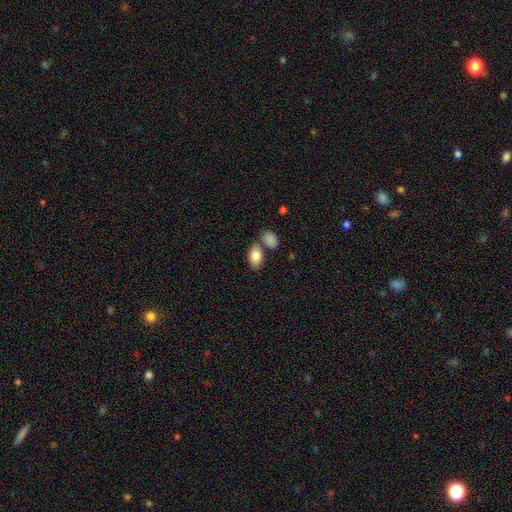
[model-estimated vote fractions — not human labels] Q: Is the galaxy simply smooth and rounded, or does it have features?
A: smooth — 84%.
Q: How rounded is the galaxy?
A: in between — 93%.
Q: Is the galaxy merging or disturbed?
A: none — 66%.